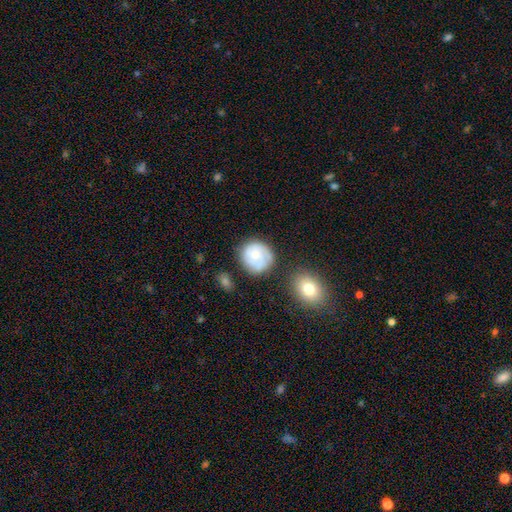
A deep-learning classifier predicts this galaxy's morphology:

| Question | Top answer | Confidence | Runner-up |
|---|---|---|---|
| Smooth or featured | smooth | 47% | featured or disk (45%) |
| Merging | none | 67% | minor disturbance (20%) |